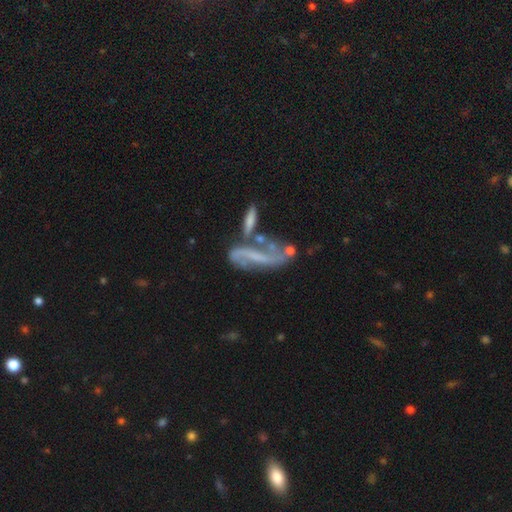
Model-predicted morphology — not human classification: smooth-or-featured: featured or disk: 72% | smooth: 17% | star or artifact: 10%
  disk-edge-on: no: 84% | yes: 16%
    bar: no: 36% | strong: 33% | weak: 31%
    has-spiral-arms: yes: 76% | no: 24%
    bulge-size: none: 50% | small: 37% | moderate: 10% | large: 2% | dominant: 1%
  merging: merger: 38% | none: 29% | major disturbance: 18% | minor disturbance: 16%